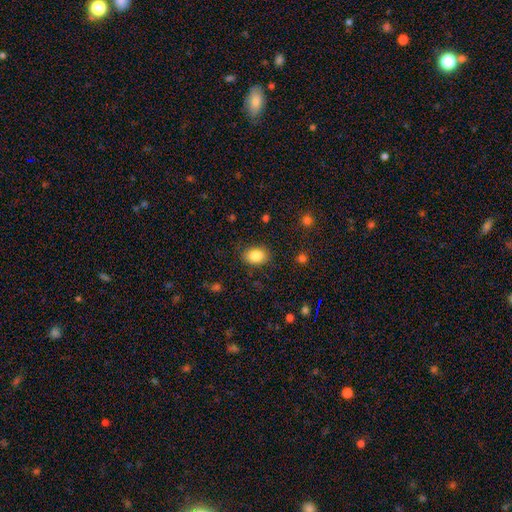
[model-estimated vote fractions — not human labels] This appears to be a smooth galaxy with no disk features (85%) that is in between round and cigar-shaped (75%). Merging: none (84%).